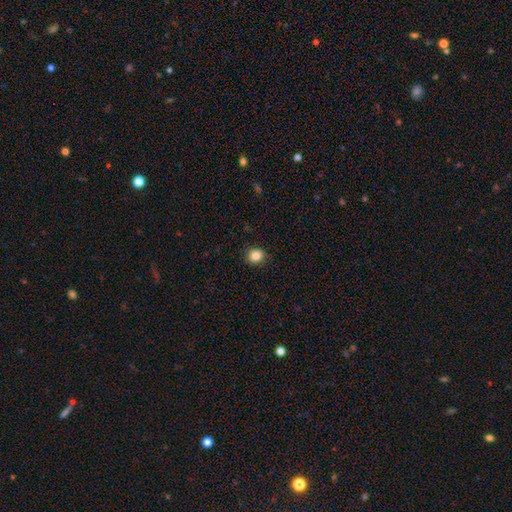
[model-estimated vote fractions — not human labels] A smooth galaxy with no disk features (85%) that is round (79%).

Vote fractions:
- Smooth or featured? smooth: 85% / star or artifact: 11% / featured or disk: 5%
- How rounded? round: 79% / in between: 20% / cigar-shaped: 1%
- Merging? none: 87% / minor disturbance: 10% / major disturbance: 2% / merger: 1%